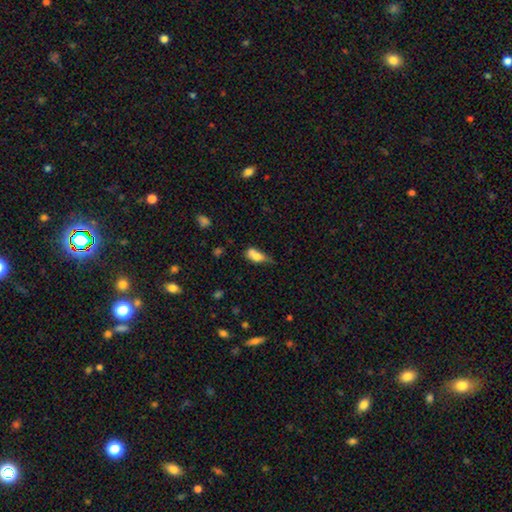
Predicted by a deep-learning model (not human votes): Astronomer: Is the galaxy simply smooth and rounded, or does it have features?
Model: smooth — 72%.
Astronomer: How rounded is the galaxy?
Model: in between — 78%.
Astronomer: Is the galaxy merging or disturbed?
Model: merger — 29% (runner-up: minor disturbance, 28%).